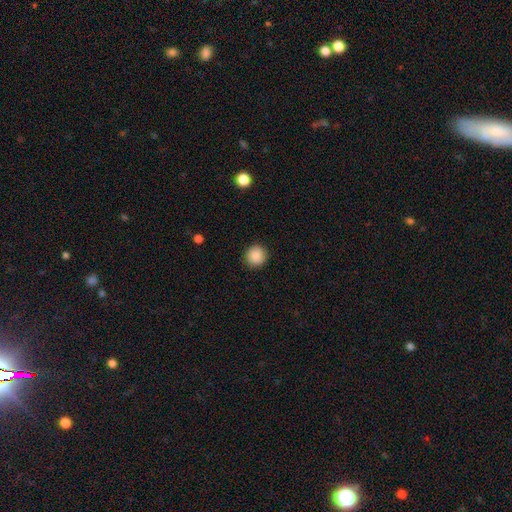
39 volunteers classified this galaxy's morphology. Smooth or featured? 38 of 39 (97%) said smooth. How rounded? 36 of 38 (95%) said round. Merging? 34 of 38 (89%) said none.